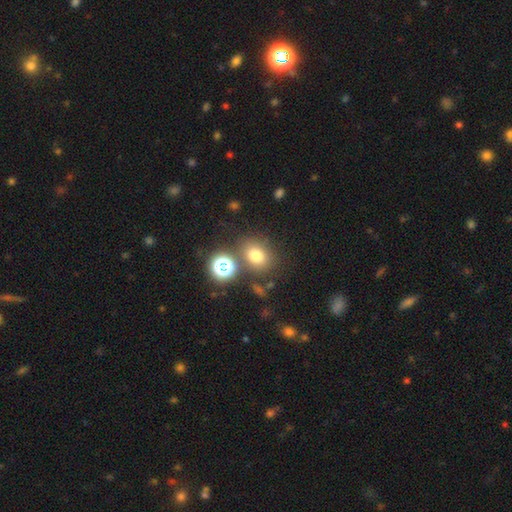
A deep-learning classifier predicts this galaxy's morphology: Smooth or featured? smooth (73%)
How rounded? round (56%)
Merging? none (73%)